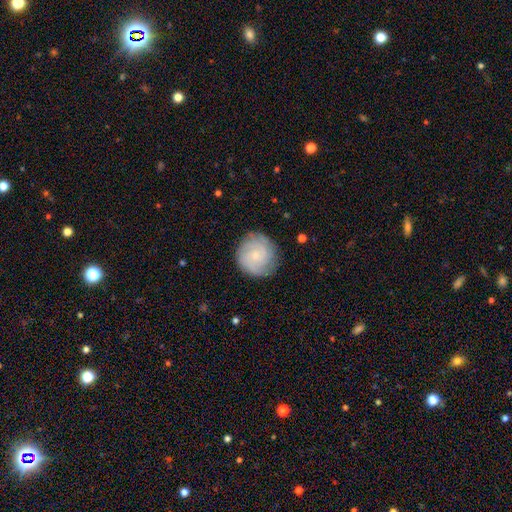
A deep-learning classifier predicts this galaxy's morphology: smooth-or-featured: featured or disk: 55% | smooth: 37% | star or artifact: 8%
  disk-edge-on: no: 98% | yes: 2%
    bar: no: 79% | weak: 19% | strong: 3%
    has-spiral-arms: yes: 89% | no: 11%
    bulge-size: small: 78% | moderate: 15% | none: 4% | large: 1% | dominant: 1%
  merging: none: 82% | minor disturbance: 13% | major disturbance: 4% | merger: 1%